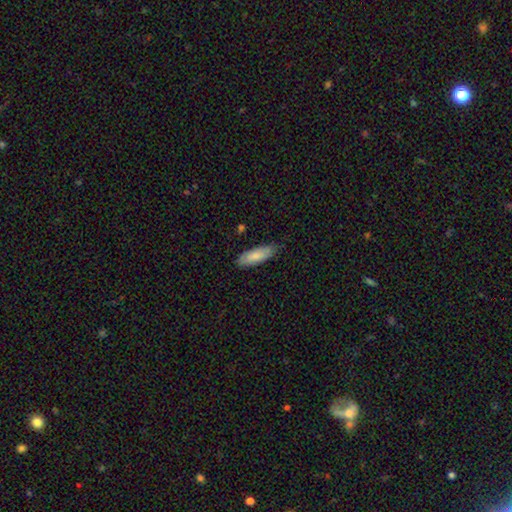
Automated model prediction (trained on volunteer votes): smooth_or_featured: smooth (p=0.82) [alt: featured or disk p=0.12]
how_rounded: in between (p=0.65) [alt: cigar-shaped p=0.34]
merging: none (p=0.76) [alt: minor disturbance p=0.20]